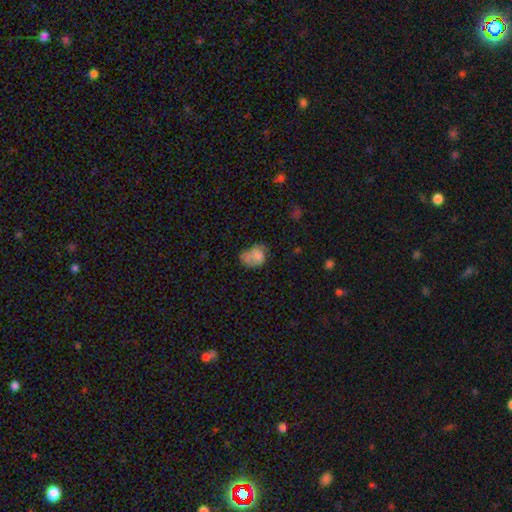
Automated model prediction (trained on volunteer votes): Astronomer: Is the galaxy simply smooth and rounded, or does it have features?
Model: smooth — 71%.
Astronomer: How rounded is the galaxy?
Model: in between — 67%.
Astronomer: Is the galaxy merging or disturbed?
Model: none — 36% (runner-up: minor disturbance, 34%).